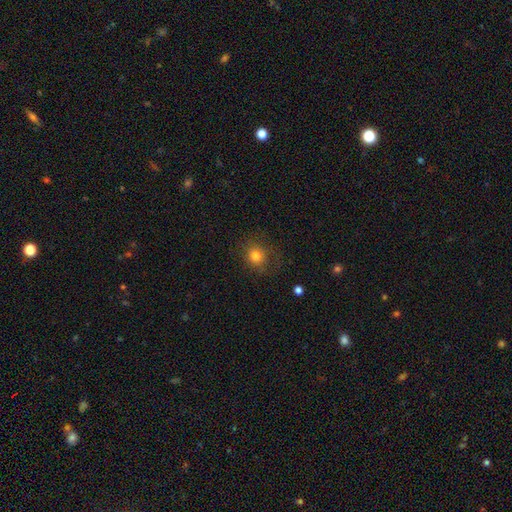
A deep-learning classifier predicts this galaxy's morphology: smooth-or-featured: smooth: 80% | star or artifact: 13% | featured or disk: 8%
  how-rounded: round: 84% | in between: 15% | cigar-shaped: 1%
  merging: none: 77% | minor disturbance: 14% | major disturbance: 7% | merger: 1%